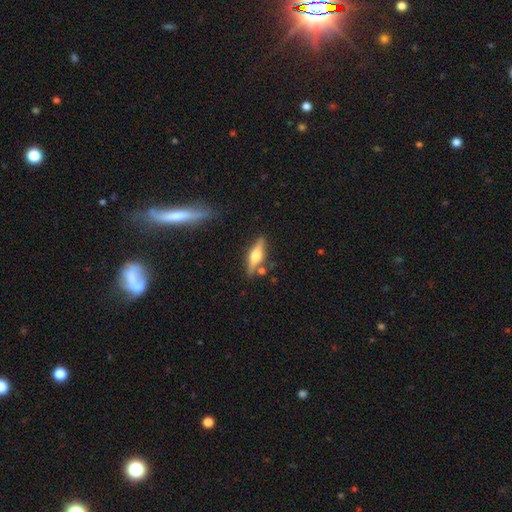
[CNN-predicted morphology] A featured or disk galaxy (59%) viewed edge-on (95%) with a rounded central bulge (92%). Merging: none (81%).